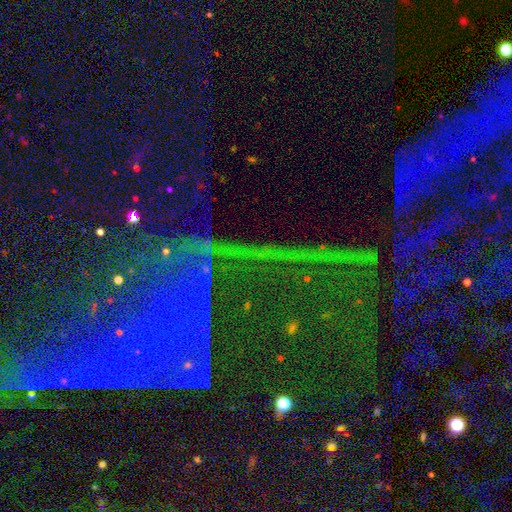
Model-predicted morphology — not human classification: smooth_or_featured: star or artifact (p=0.84) [alt: featured or disk p=0.09]